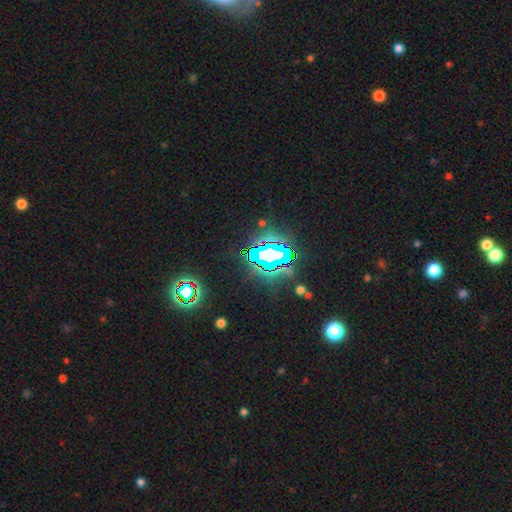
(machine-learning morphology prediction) Smooth or featured? star or artifact (76%)